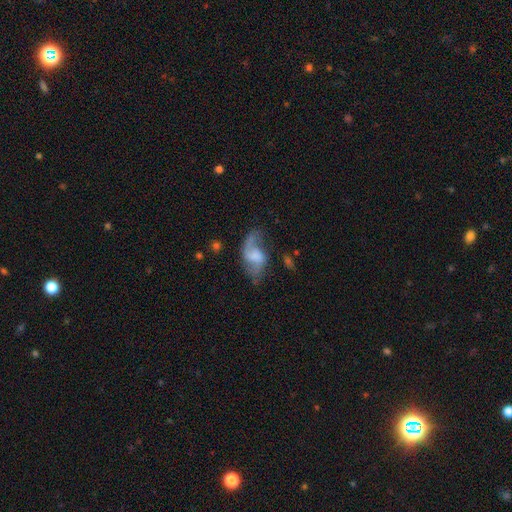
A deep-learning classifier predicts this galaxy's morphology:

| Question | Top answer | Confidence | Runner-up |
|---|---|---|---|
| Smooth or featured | featured or disk | 75% | smooth (17%) |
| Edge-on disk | no | 96% | yes (4%) |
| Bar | weak | 46% | no (44%) |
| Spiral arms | yes | 91% | no (9%) |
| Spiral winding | loose | 61% | medium (31%) |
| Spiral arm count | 2 | 77% | 1 (14%) |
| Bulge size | none | 30% | moderate (28%) |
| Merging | none | 54% | minor disturbance (21%) |